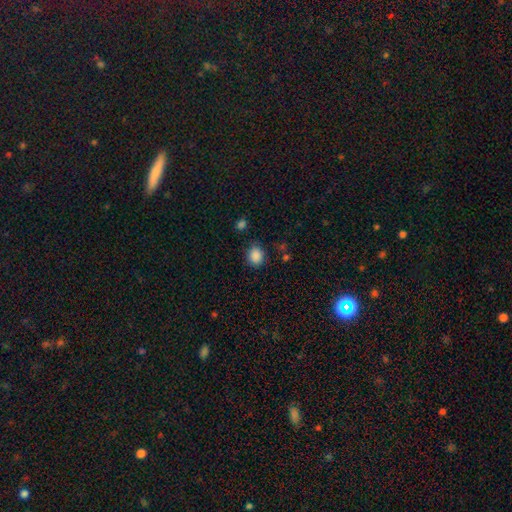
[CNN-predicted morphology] Smooth or featured: smooth — 87% (star or artifact — 9%)
How rounded: round — 70% (in between — 29%)
Merging: none — 80% (minor disturbance — 14%)